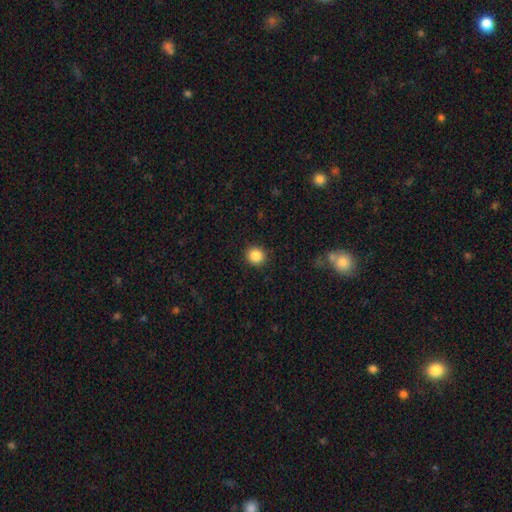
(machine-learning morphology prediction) smooth_or_featured: smooth (p=0.87) [alt: star or artifact p=0.10]
how_rounded: round (p=0.88) [alt: in between p=0.11]
merging: none (p=0.91) [alt: minor disturbance p=0.06]